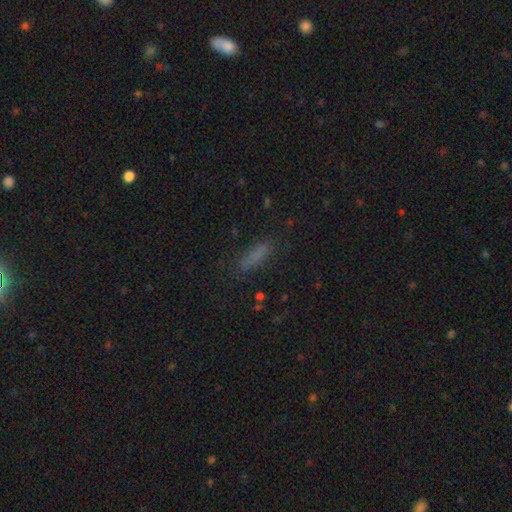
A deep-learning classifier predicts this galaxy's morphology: Smooth or featured? smooth (77%)
How rounded? cigar-shaped (66%)
Merging? none (80%)